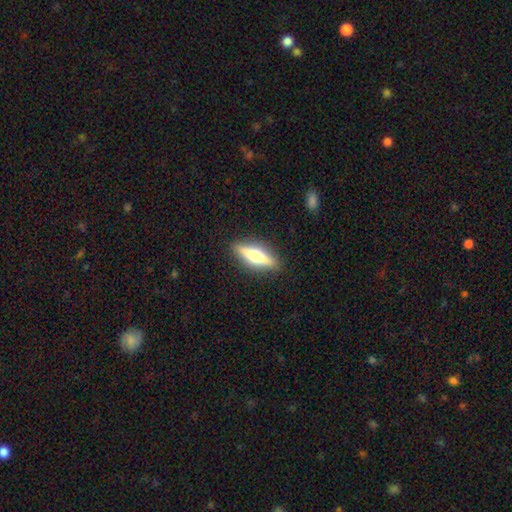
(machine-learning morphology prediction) The model was most divided on "smooth or featured": featured or disk: 55%, smooth: 39%, star or artifact: 6%. More confident: edge-on disk — yes (93%); edge-on bulge — rounded (92%); merging — none (90%).